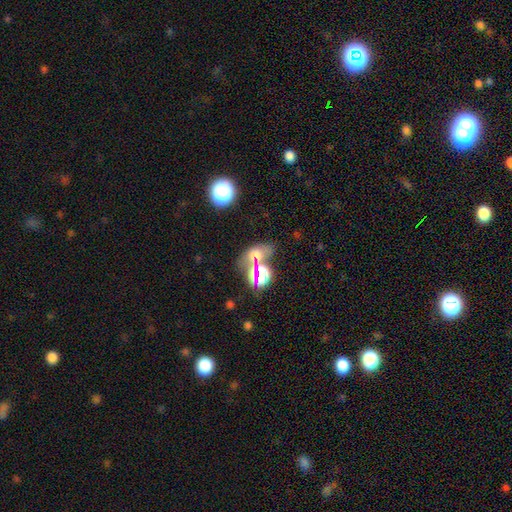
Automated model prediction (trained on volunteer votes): The model was most divided on "smooth or featured": smooth: 49%, star or artifact: 36%, featured or disk: 14%. Remaining: merging — none (46%).